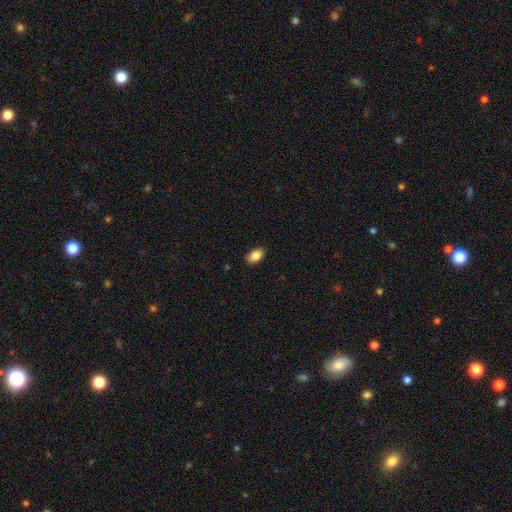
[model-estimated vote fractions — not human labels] Q: Smooth or featured?
A: smooth (86%); runner-up: star or artifact (7%)
Q: How rounded?
A: in between (93%); runner-up: round (5%)
Q: Merging?
A: none (88%); runner-up: minor disturbance (9%)